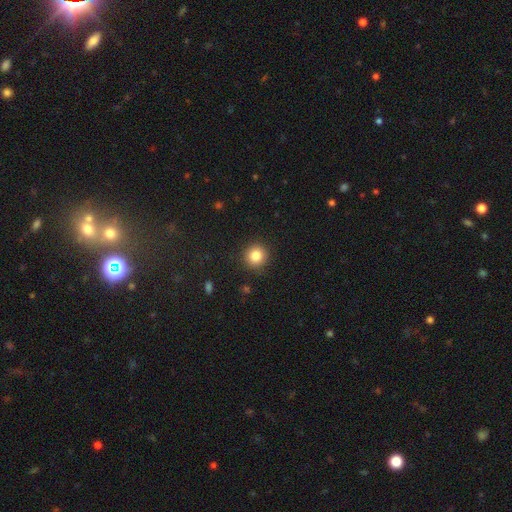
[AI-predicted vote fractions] smooth_or_featured: smooth (p=0.85) [alt: star or artifact p=0.10]
how_rounded: round (p=0.93) [alt: in between p=0.06]
merging: none (p=0.91) [alt: minor disturbance p=0.06]